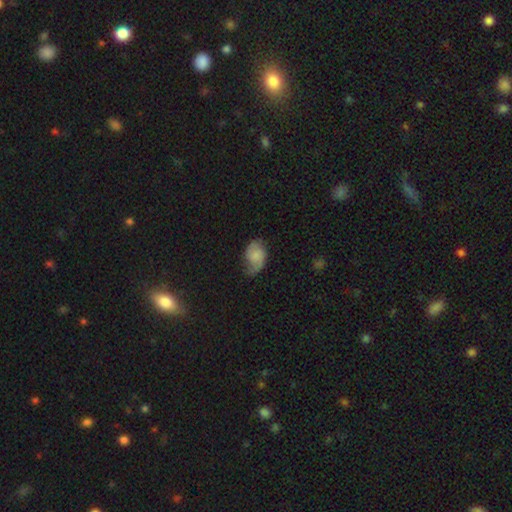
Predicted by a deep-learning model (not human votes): A featured or disk galaxy (48%). Merging: none (53%).